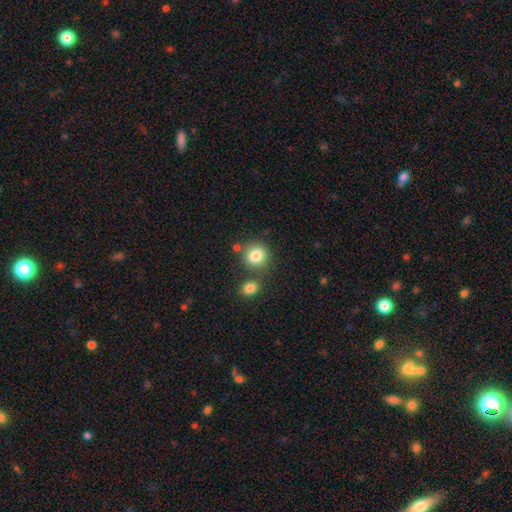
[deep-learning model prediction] smooth-or-featured: smooth: 83% | star or artifact: 10% | featured or disk: 7%
  how-rounded: round: 77% | in between: 22% | cigar-shaped: 1%
  merging: none: 68% | merger: 16% | minor disturbance: 11% | major disturbance: 4%